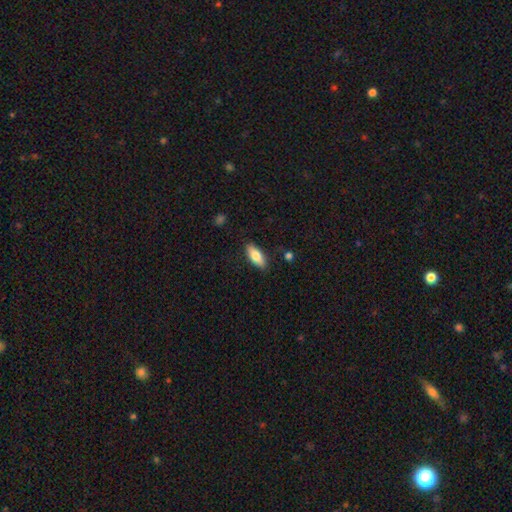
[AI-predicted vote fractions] Overall: smooth (78%). How rounded: in between (78%). Merging: none (85%).